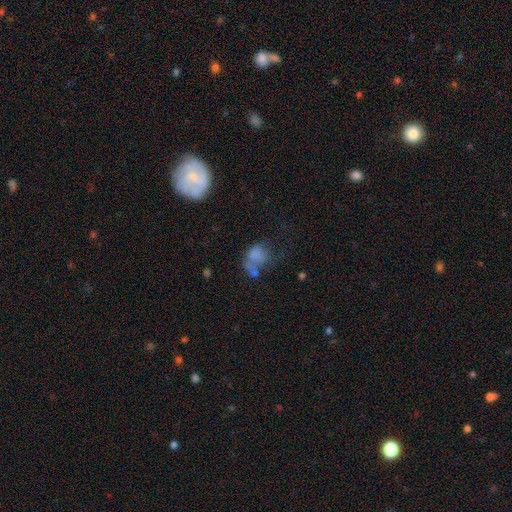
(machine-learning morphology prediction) Smooth or featured: smooth — 68% (featured or disk — 19%)
How rounded: in between — 58% (round — 40%)
Merging: major disturbance — 30% (none — 26%)